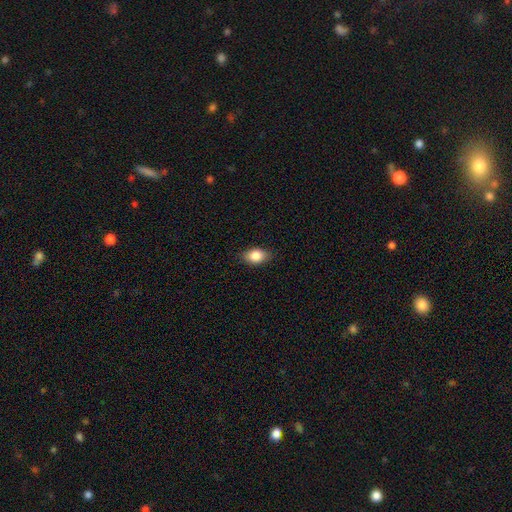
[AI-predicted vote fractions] Overall: smooth (84%). How rounded: in between (84%). Merging: none (86%).